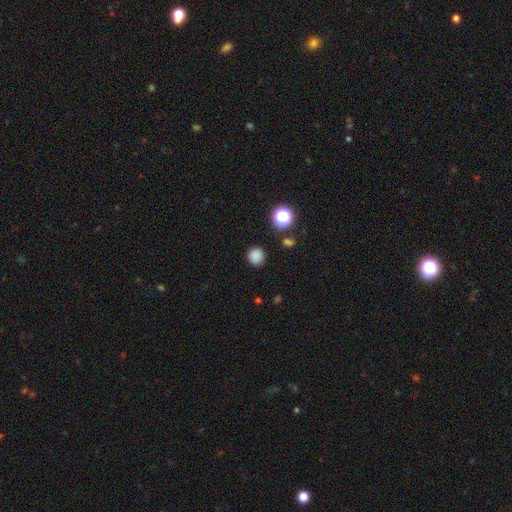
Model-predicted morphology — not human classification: Q: Smooth or featured?
A: smooth (83%); runner-up: star or artifact (13%)
Q: How rounded?
A: round (91%); runner-up: in between (8%)
Q: Merging?
A: none (88%); runner-up: minor disturbance (8%)